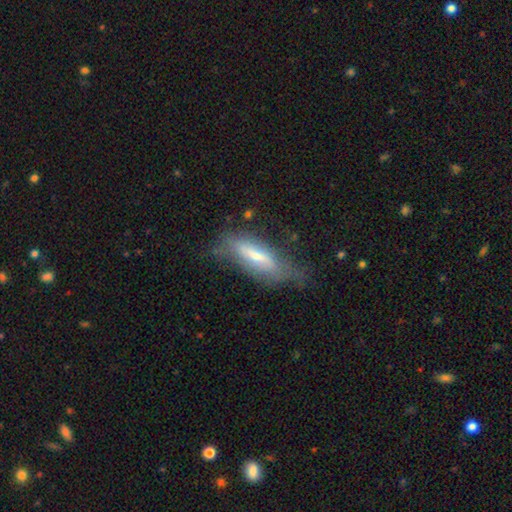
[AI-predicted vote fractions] smooth_or_featured: featured or disk (p=0.51) [alt: smooth p=0.42]
disk_edge_on: yes (p=0.60) [alt: no p=0.40]
merging: none (p=0.57) [alt: minor disturbance p=0.28]